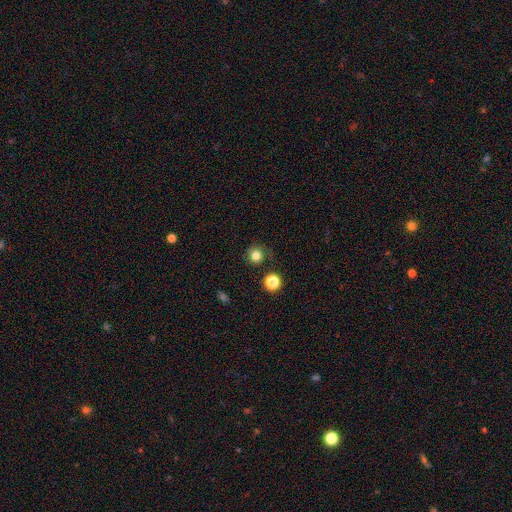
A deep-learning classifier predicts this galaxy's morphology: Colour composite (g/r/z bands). It shows a smooth galaxy with no disk features (81%) that is round (93%). Merging: none (80%).